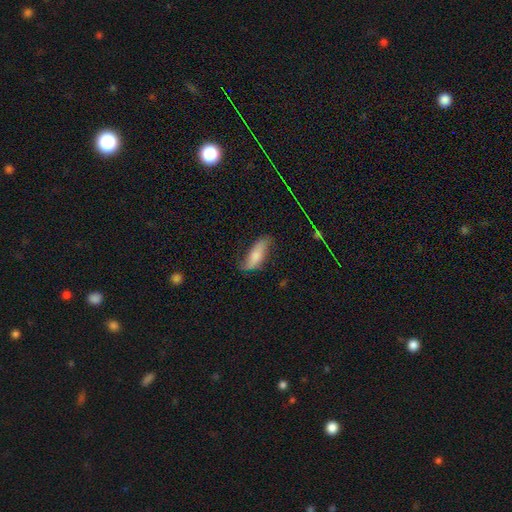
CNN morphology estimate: smooth-or-featured: smooth: 68% | featured or disk: 25% | star or artifact: 7%
  how-rounded: in between: 62% | cigar-shaped: 36% | round: 2%
  merging: none: 62% | minor disturbance: 28% | major disturbance: 8% | merger: 2%